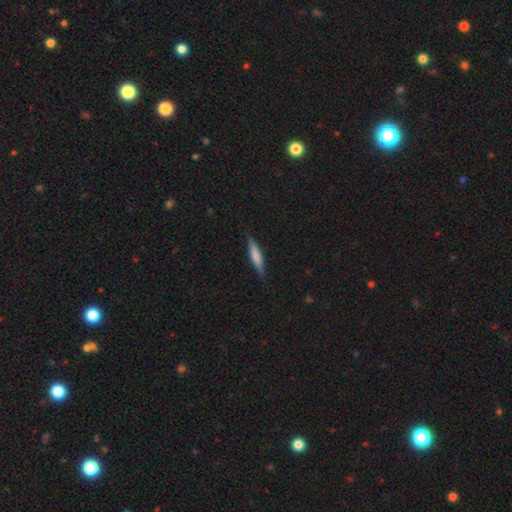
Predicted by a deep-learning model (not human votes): smooth-or-featured: smooth: 65% | featured or disk: 30% | star or artifact: 6%
  how-rounded: cigar-shaped: 88% | in between: 10% | round: 2%
  merging: none: 87% | minor disturbance: 10% | major disturbance: 2% | merger: 1%